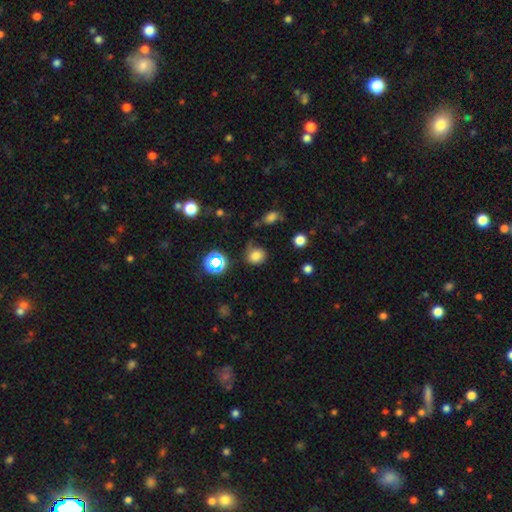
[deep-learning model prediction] This appears to be a smooth galaxy with no disk features (74%) that is round (77%). Merging: none (59%).